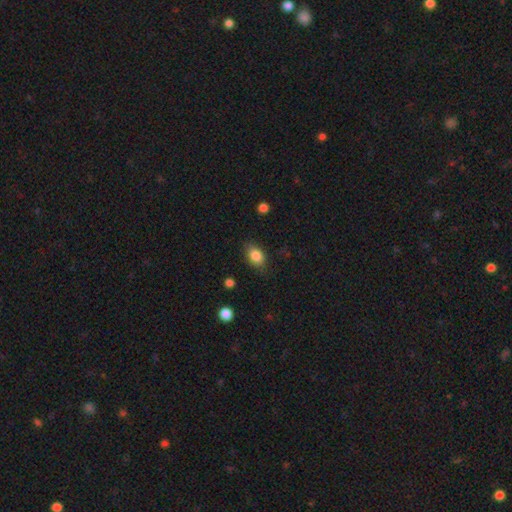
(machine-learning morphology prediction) The model was most divided on "how rounded": in between: 79%, round: 19%, cigar-shaped: 2%. More confident: smooth or featured — smooth (85%); merging — none (80%).